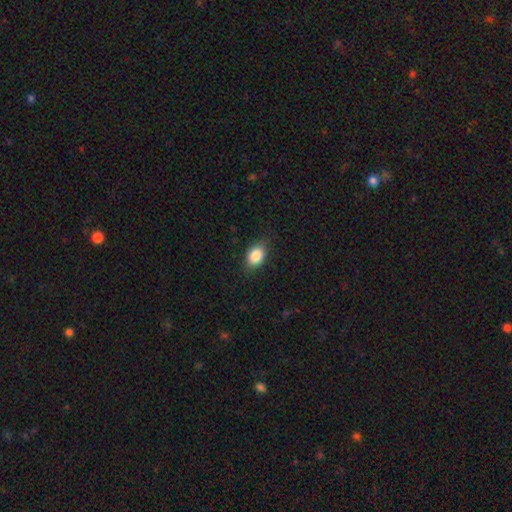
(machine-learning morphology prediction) This is clearly a smooth galaxy (86%). How rounded: likely in between (79%). Merging: clearly none (82%).